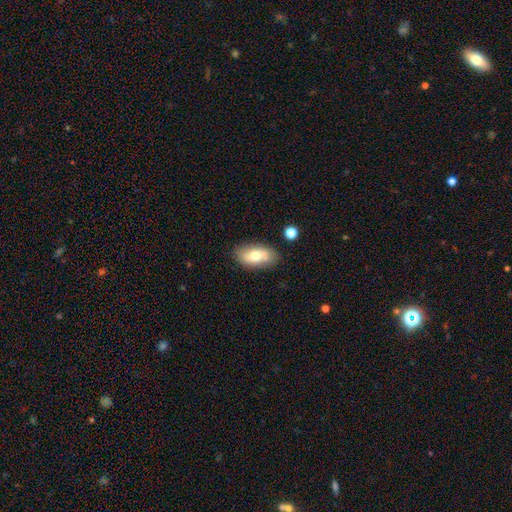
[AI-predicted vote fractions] Q: Smooth or featured?
A: smooth (69%); runner-up: featured or disk (24%)
Q: How rounded?
A: in between (91%); runner-up: cigar-shaped (5%)
Q: Merging?
A: none (82%); runner-up: minor disturbance (12%)